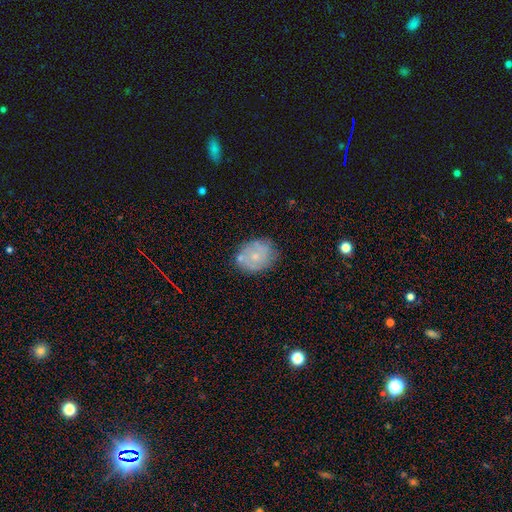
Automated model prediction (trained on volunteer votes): Smooth or featured: smooth — 53% (featured or disk — 39%)
How rounded: in between — 56% (round — 43%)
Merging: none — 68% (minor disturbance — 20%)